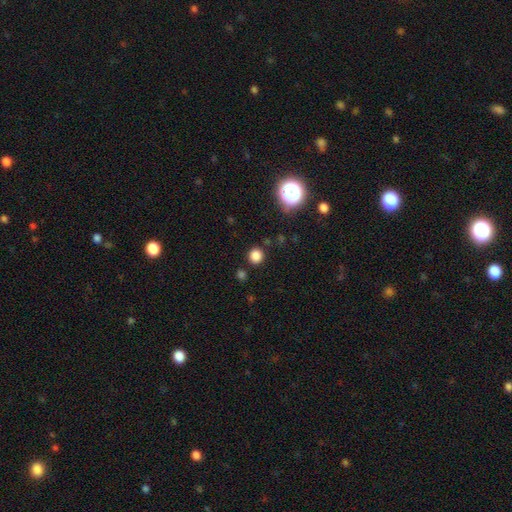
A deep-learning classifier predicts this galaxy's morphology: This appears to be a smooth galaxy with no disk features (81%) that is round (91%). Merging: none (89%).